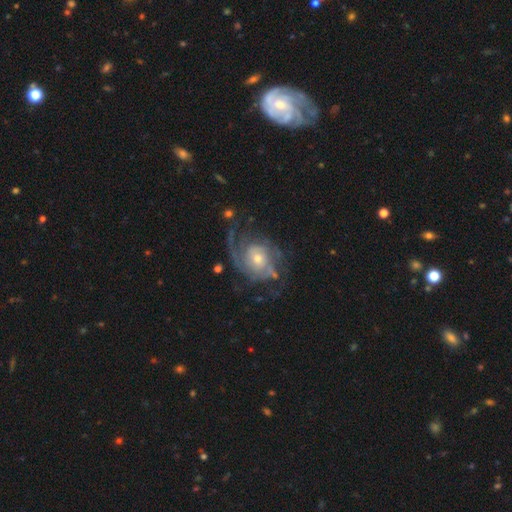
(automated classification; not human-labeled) smooth_or_featured: featured or disk (p=0.83) [alt: star or artifact p=0.09]
disk_edge_on: no (p=0.97) [alt: yes p=0.03]
bar: no (p=0.69) [alt: weak p=0.25]
has_spiral_arms: yes (p=0.95) [alt: no p=0.05]
spiral_winding: tight (p=0.42) [alt: medium p=0.41]
spiral_arm_count: 2 (p=0.41) [alt: can't tell p=0.24]
bulge_size: moderate (p=0.47) [alt: small p=0.46]
merging: none (p=0.62) [alt: major disturbance p=0.18]